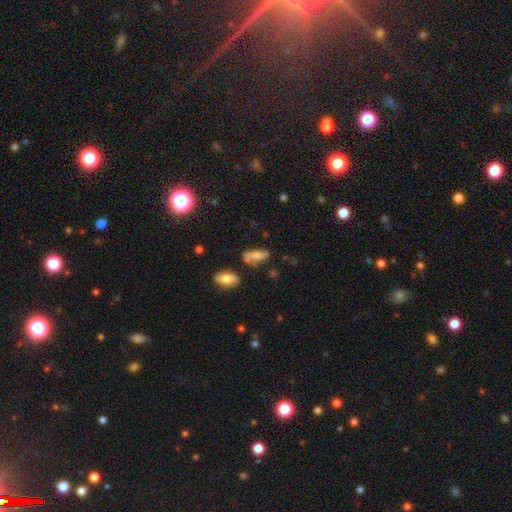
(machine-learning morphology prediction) This is possibly a smooth galaxy (59%). How rounded: likely in between (67%). Merging: possibly none (51%).